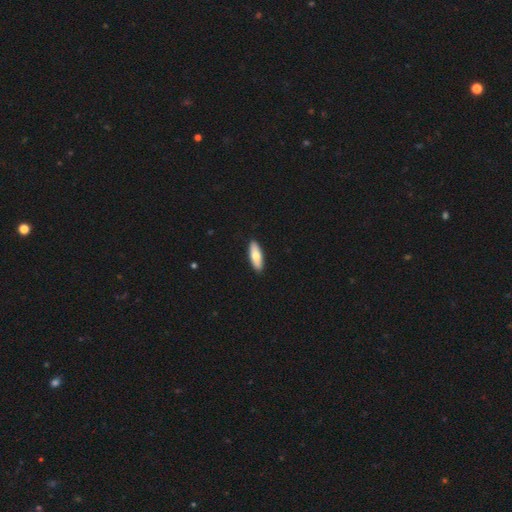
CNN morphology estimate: type=smooth (73%); roundness=in between (61%); merging=none (91%).